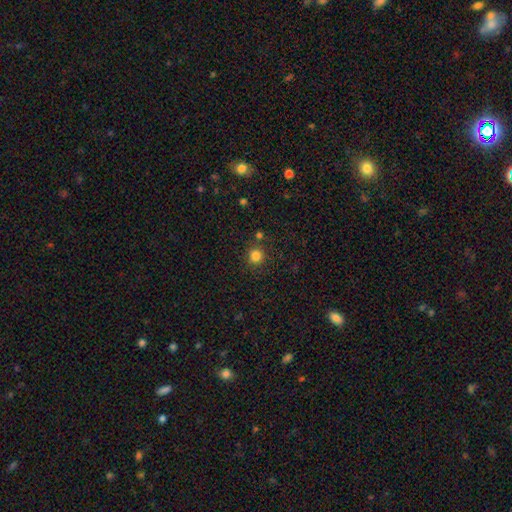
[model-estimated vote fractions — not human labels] Smooth or featured?
  - smooth: 82% *
  - star or artifact: 14%
  - featured or disk: 4%
How rounded?
  - round: 93% *
  - in between: 6%
  - cigar-shaped: 1%
Merging?
  - none: 83% *
  - minor disturbance: 8%
  - merger: 6%
  - major disturbance: 3%